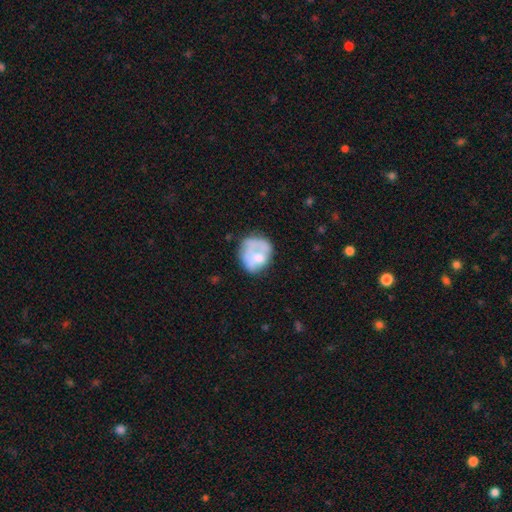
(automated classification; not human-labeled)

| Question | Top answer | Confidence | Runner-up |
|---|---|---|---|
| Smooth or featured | smooth | 53% | featured or disk (39%) |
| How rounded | round | 68% | in between (31%) |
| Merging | none | 44% | minor disturbance (25%) |